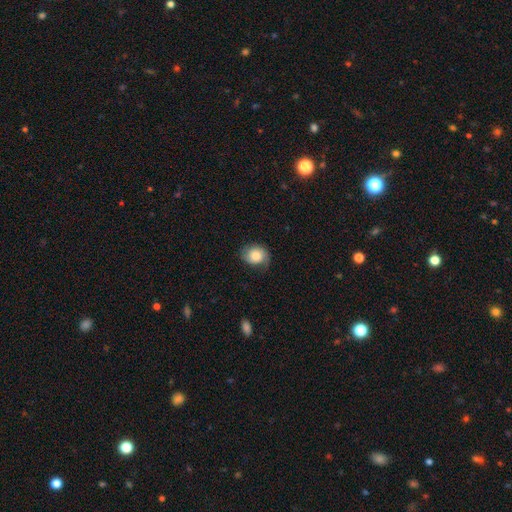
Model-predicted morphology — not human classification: The model was most divided on "how rounded": round: 57%, in between: 42%, cigar-shaped: 1%. More confident: smooth or featured — smooth (71%); merging — none (60%).